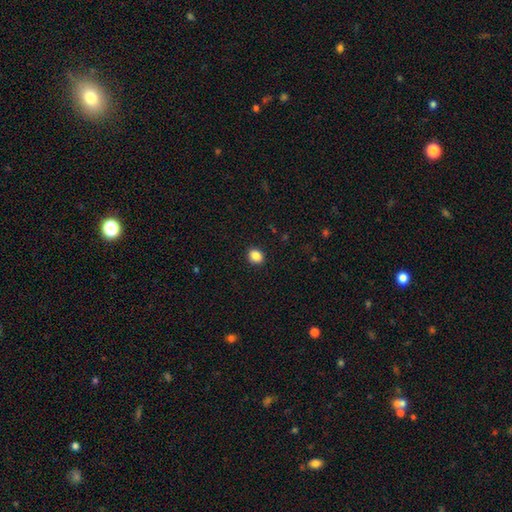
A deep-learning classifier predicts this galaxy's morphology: This appears to be a smooth galaxy with no disk features (87%) that is round (61%). Merging: none (91%).